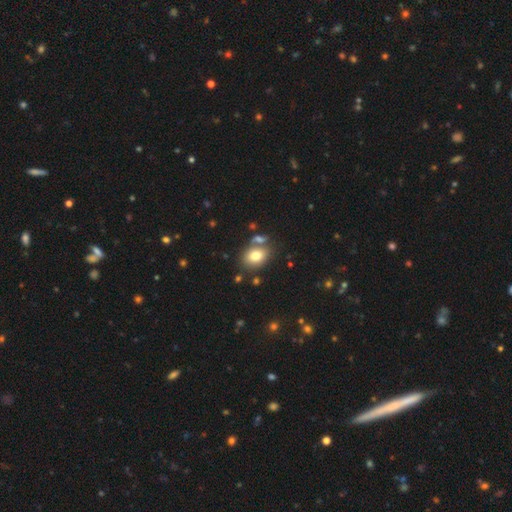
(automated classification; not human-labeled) Smooth or featured? Predicted: smooth (p=0.78). How rounded? Predicted: in between (p=0.71). Merging? Predicted: none (p=0.64).